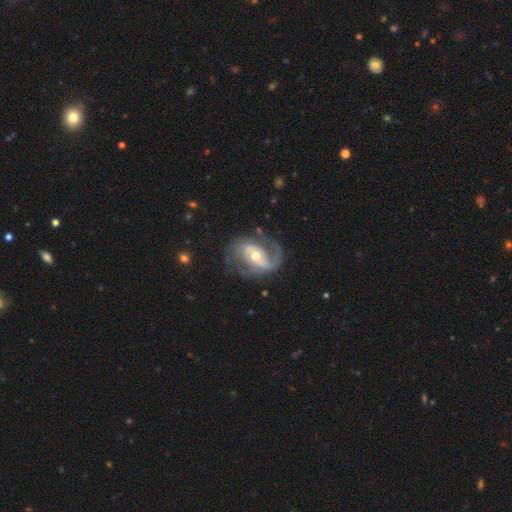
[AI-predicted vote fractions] Morphology: type=featured or disk (85%); edge-on=no (97%); bar=weak (38%); spiral arms=yes (92%); winding=medium (47%); arm count=2 (72%); bulge=moderate (62%); merging=none (63%).